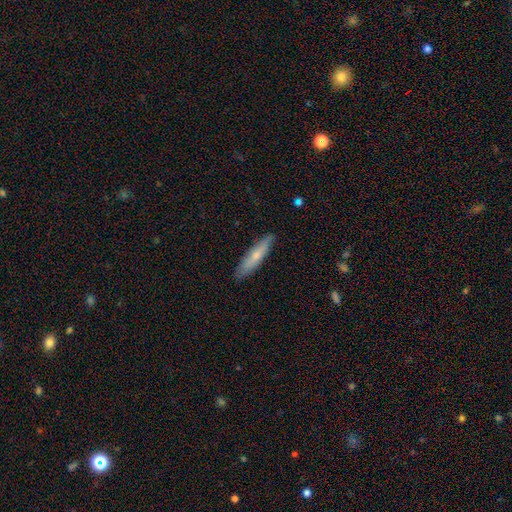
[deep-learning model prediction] This appears to be a smooth galaxy with no disk features (62%) that is cigar-shaped (82%). Merging: none (85%).